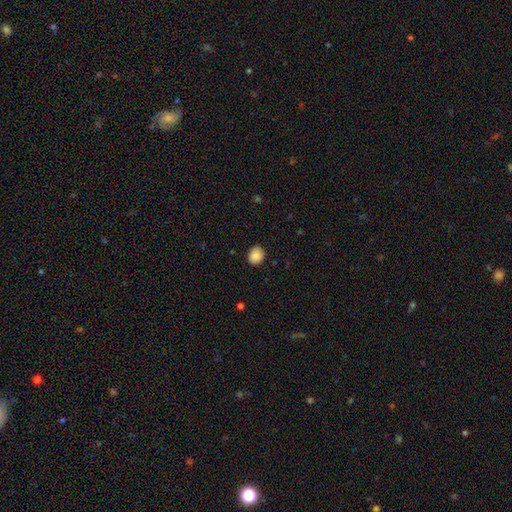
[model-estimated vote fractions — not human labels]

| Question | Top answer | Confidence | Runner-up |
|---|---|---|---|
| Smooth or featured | smooth | 88% | star or artifact (8%) |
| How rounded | round | 71% | in between (28%) |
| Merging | none | 89% | minor disturbance (8%) |